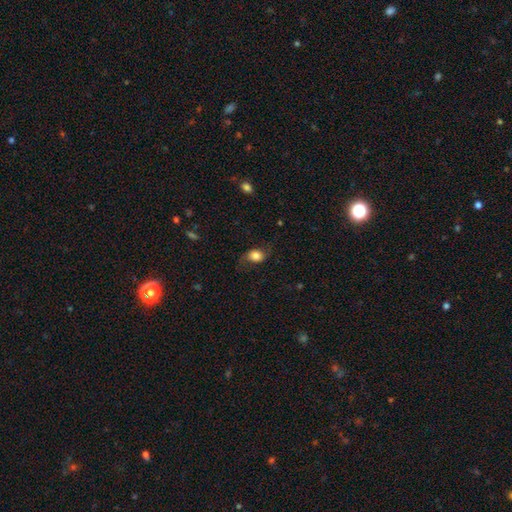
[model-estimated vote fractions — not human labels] Overall: smooth (69%). How rounded: in between (61%; round 37%). Merging: none (61%; minor disturbance 23%).